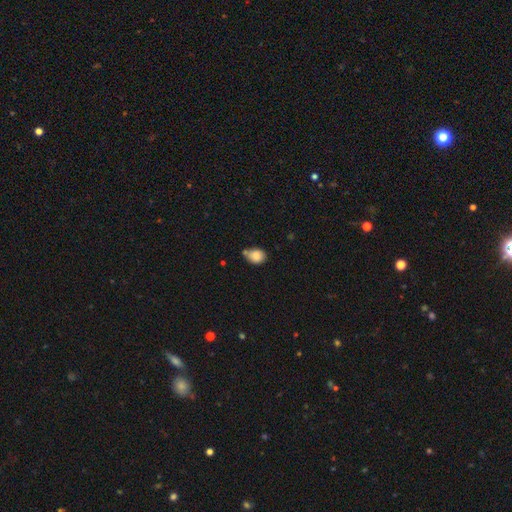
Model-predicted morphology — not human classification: Smooth or featured: smooth — 85% (star or artifact — 9%)
How rounded: in between — 55% (round — 44%)
Merging: none — 53% (minor disturbance — 28%)